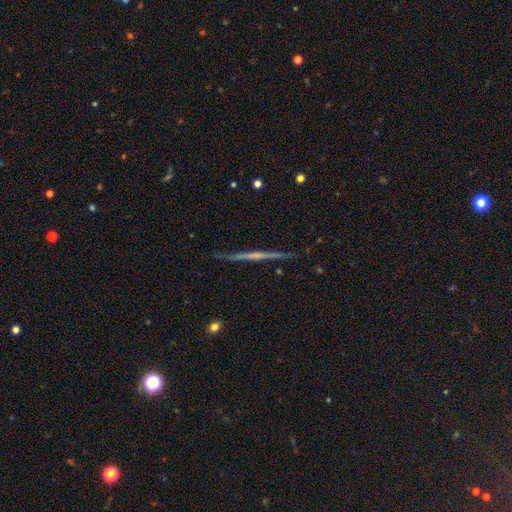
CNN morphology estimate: Overall: featured or disk (71%). Edge-on disk: yes (98%). Edge-on bulge: none (63%; rounded 28%). Merging: none (90%).